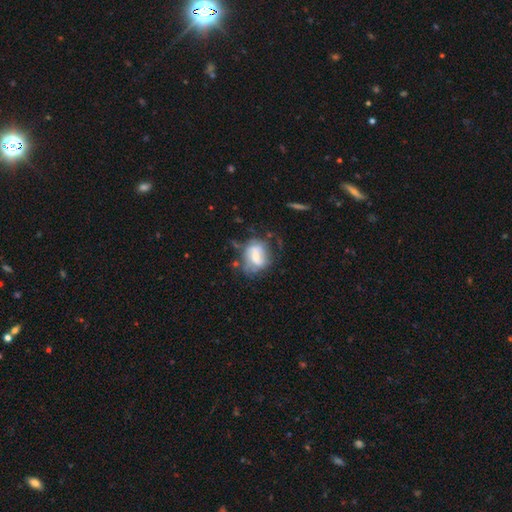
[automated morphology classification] The model was most divided on "smooth or featured": featured or disk: 51%, smooth: 40%, star or artifact: 9%. Remaining: edge-on disk — no (96%); merging — none (44%).